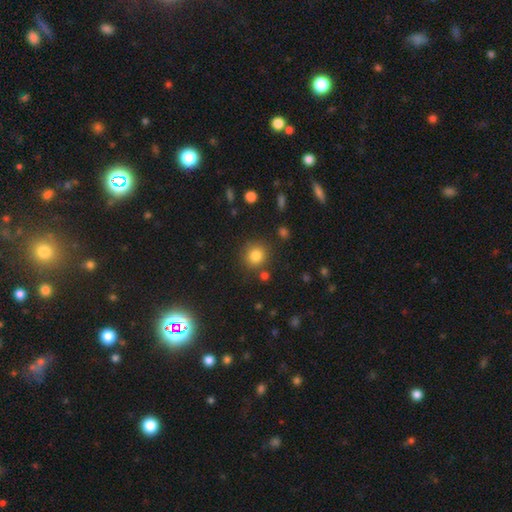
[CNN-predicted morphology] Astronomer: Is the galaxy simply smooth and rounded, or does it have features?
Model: smooth — 82%.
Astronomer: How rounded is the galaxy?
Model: round — 90%.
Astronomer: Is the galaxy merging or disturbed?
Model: none — 83%.